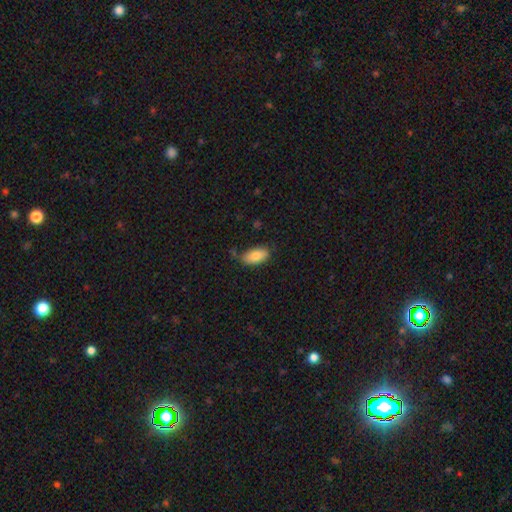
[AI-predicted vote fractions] Morphology: type=smooth (83%); roundness=in between (92%); merging=none (70%).